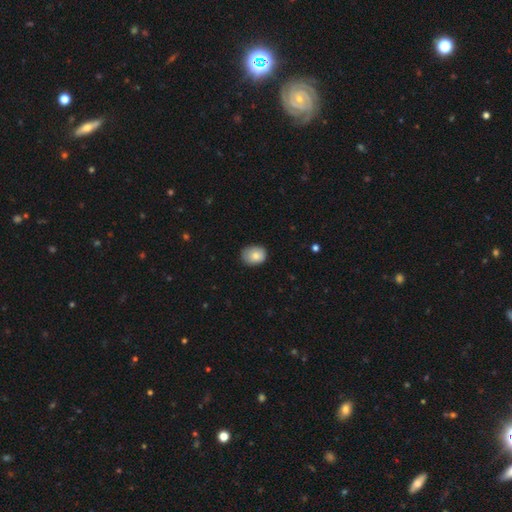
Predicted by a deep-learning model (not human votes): smooth_or_featured: smooth (p=0.81) [alt: featured or disk p=0.12]
how_rounded: in between (p=0.51) [alt: round p=0.48]
merging: none (p=0.76) [alt: minor disturbance p=0.20]